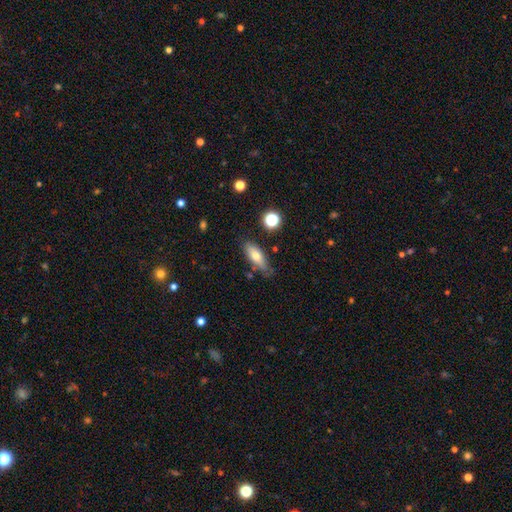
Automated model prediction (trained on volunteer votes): Smooth or featured? smooth (68%)
How rounded? in between (66%)
Merging? none (74%)